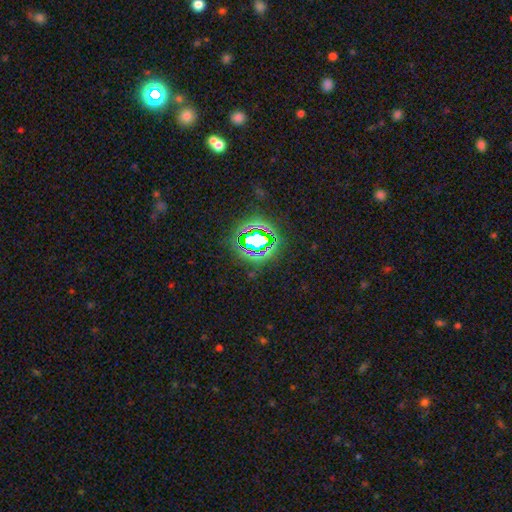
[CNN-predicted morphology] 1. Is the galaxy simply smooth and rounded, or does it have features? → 75% star or artifact, 15% smooth, 10% featured or disk.